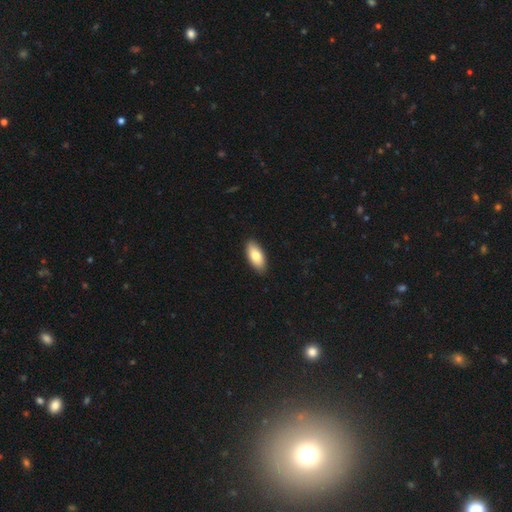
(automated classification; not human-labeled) smooth_or_featured: smooth (p=0.80) [alt: featured or disk p=0.14]
how_rounded: in between (p=0.90) [alt: cigar-shaped p=0.07]
merging: none (p=0.89) [alt: minor disturbance p=0.08]